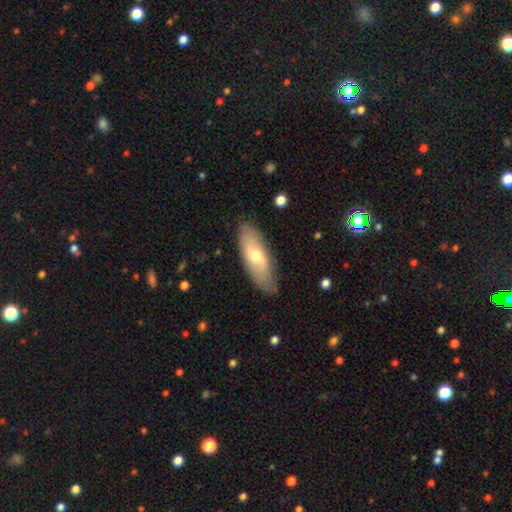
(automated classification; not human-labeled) smooth 56%, featured or disk 39%, star or artifact 5%. Down the decision tree: how rounded — in between (75%); merging — none (83%).